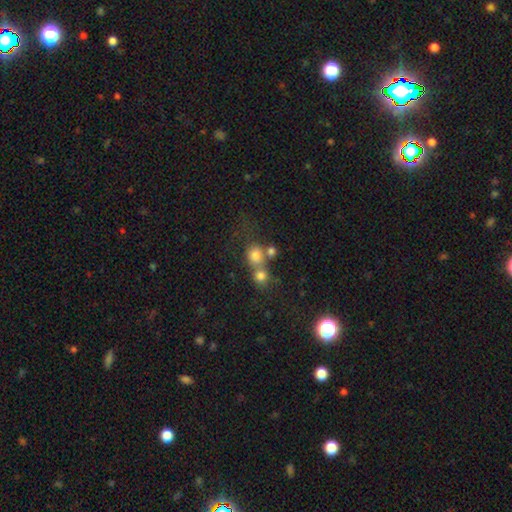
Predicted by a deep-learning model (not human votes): Overall: smooth (75%). How rounded: round (78%). Merging: merger (45%; none 41%).